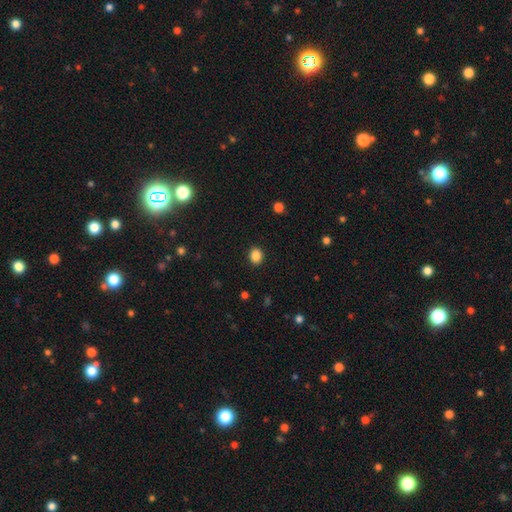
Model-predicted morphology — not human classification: Smooth or featured?
  - smooth: 86% *
  - star or artifact: 10%
  - featured or disk: 3%
How rounded?
  - round: 63% *
  - in between: 36%
  - cigar-shaped: 1%
Merging?
  - none: 91% *
  - minor disturbance: 6%
  - major disturbance: 2%
  - merger: 1%